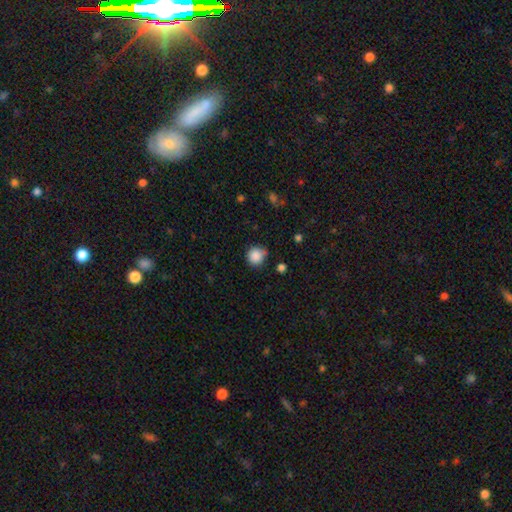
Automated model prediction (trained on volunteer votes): This is clearly a smooth galaxy (87%). How rounded: clearly round (91%). Merging: likely none (72%).